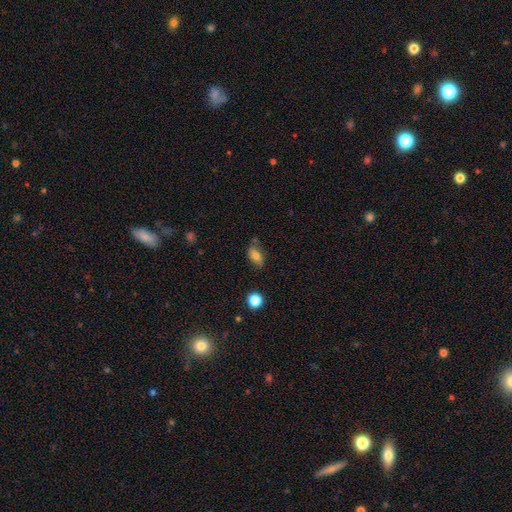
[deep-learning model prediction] A smooth galaxy with no disk features (75%) that is in between round and cigar-shaped (85%).

Vote fractions:
- Smooth or featured? smooth: 75% / featured or disk: 14% / star or artifact: 10%
- How rounded? in between: 85% / round: 9% / cigar-shaped: 6%
- Merging? none: 67% / minor disturbance: 22% / major disturbance: 6% / merger: 5%